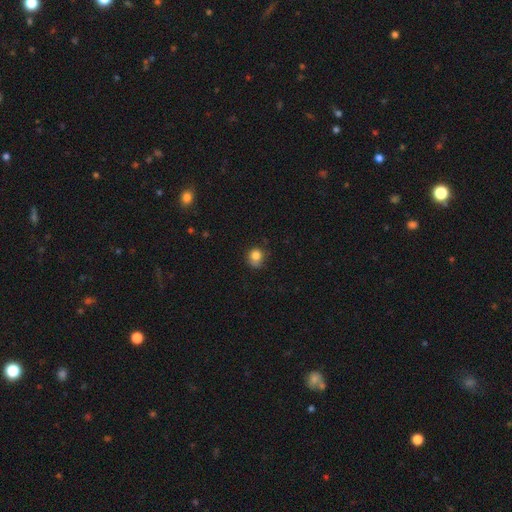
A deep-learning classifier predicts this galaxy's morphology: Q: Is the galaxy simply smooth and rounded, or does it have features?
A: smooth — 82%.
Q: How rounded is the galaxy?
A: round — 82%.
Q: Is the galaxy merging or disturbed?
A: none — 65%.